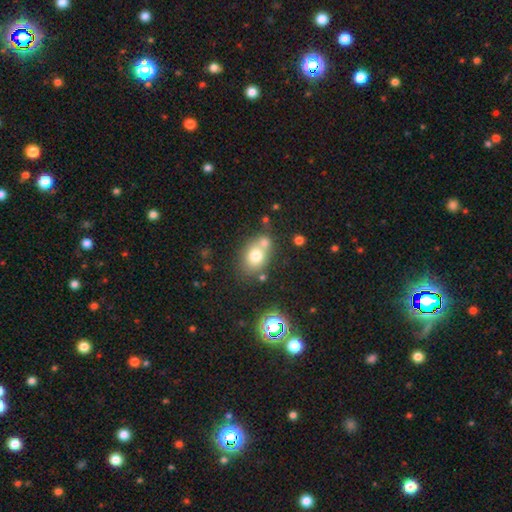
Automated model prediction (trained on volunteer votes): Smooth or featured? smooth (72%)
How rounded? in between (60%)
Merging? none (47%)